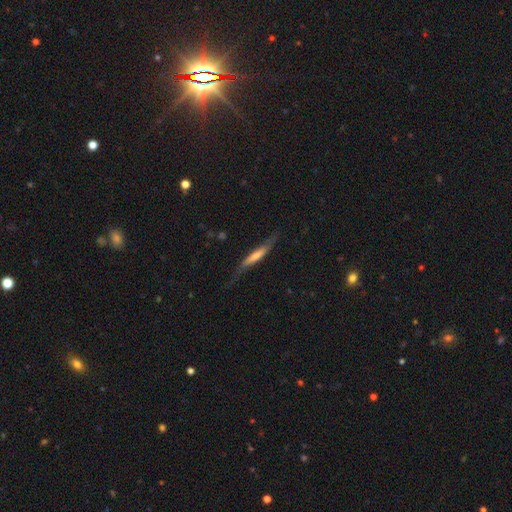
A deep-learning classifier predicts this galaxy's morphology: Smooth or featured?
  - smooth: 47% * (tied)
  - featured or disk: 47% * (tied)
  - star or artifact: 6%
Merging?
  - none: 58% *
  - minor disturbance: 26%
  - major disturbance: 14%
  - merger: 3%